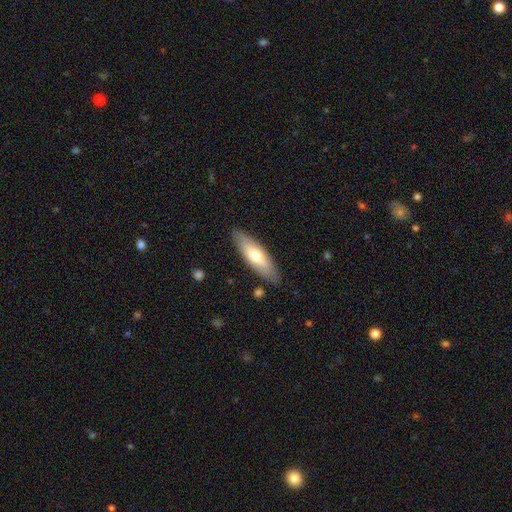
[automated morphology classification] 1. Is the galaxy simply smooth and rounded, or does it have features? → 59% smooth, 35% featured or disk, 5% star or artifact.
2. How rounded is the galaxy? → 49% in between (tied), 49% cigar-shaped (tied), 2% round.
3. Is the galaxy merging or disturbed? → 86% none, 10% minor disturbance, 2% major disturbance, 2% merger.